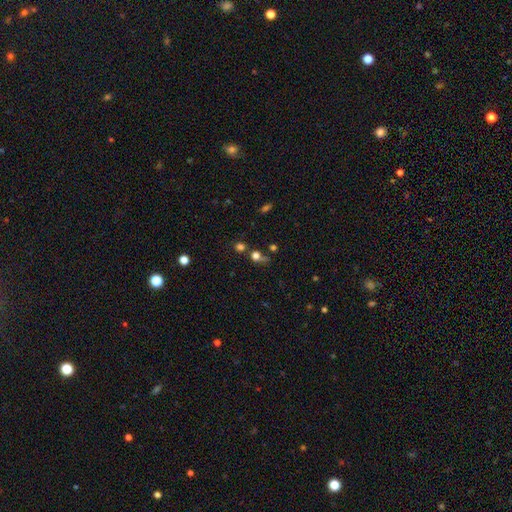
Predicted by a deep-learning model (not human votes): Overall: smooth (62%; star or artifact 26%). How rounded: round (81%). Merging: none (51%; merger 23%).